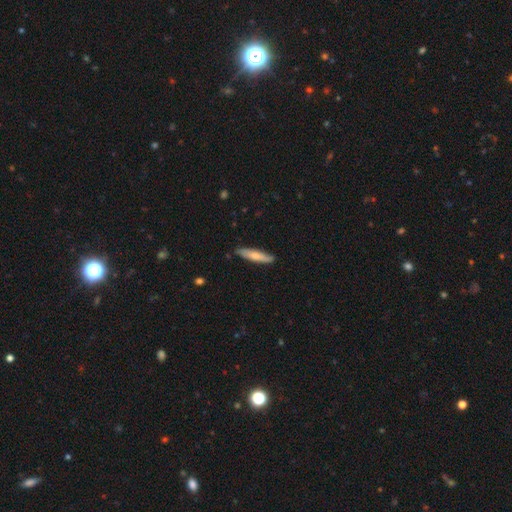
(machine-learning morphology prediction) Smooth or featured: smooth — 69% (featured or disk — 26%)
How rounded: cigar-shaped — 85% (in between — 13%)
Merging: none — 85% (minor disturbance — 12%)